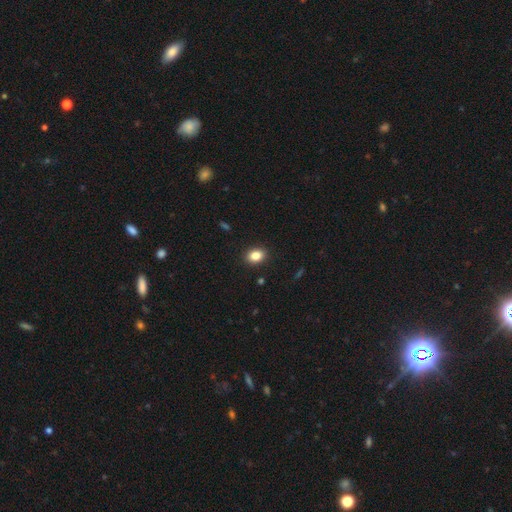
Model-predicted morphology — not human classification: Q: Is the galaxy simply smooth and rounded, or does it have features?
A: smooth — 84%.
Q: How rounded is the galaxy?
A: in between — 70%.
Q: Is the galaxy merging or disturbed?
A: none — 90%.